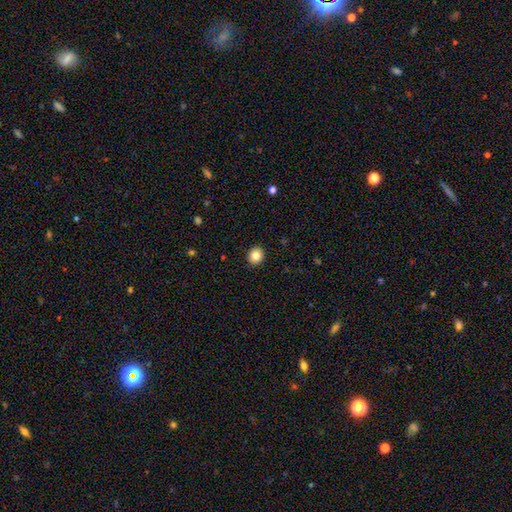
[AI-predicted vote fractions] Smooth or featured?
  - smooth: 84% *
  - star or artifact: 10%
  - featured or disk: 7%
How rounded?
  - round: 79% *
  - in between: 20%
  - cigar-shaped: 1%
Merging?
  - none: 92% *
  - minor disturbance: 6%
  - major disturbance: 2%
  - merger: 1%